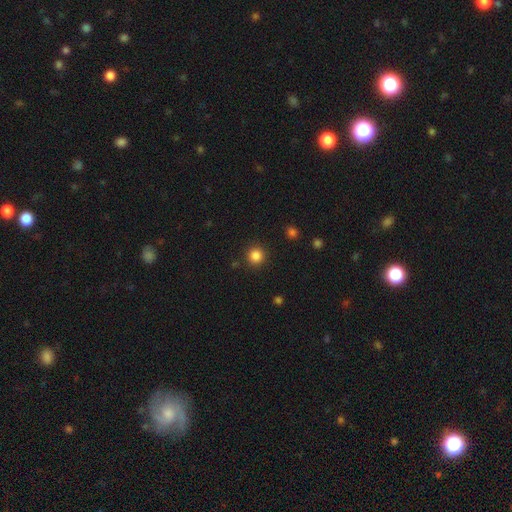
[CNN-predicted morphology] This appears to be a smooth galaxy with no disk features (85%) that is round (95%). Merging: none (91%).